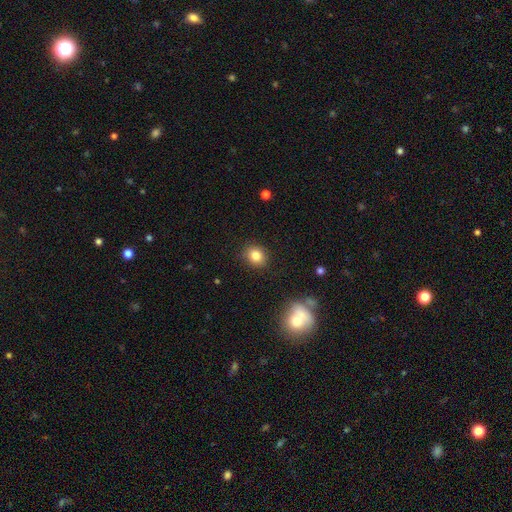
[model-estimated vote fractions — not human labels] A smooth galaxy with no disk features (83%) that is round (69%).

Vote fractions:
- Smooth or featured? smooth: 83% / star or artifact: 11% / featured or disk: 6%
- How rounded? round: 69% / in between: 30% / cigar-shaped: 1%
- Merging? none: 88% / minor disturbance: 8% / major disturbance: 2% / merger: 1%